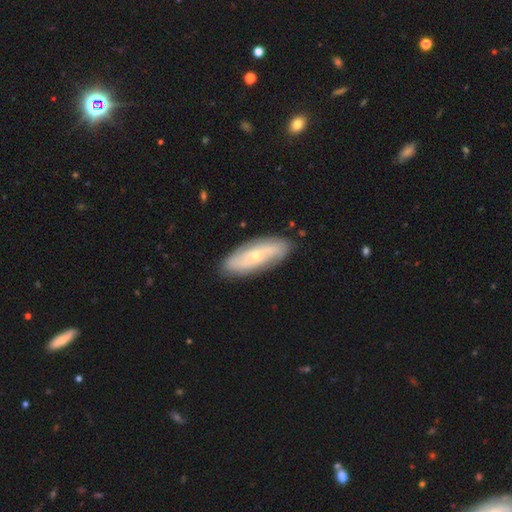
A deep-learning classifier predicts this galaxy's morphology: type=featured or disk (64%); edge-on=no (83%); bar=no (69%); spiral arms=yes (74%); bulge=small (66%); merging=none (85%).